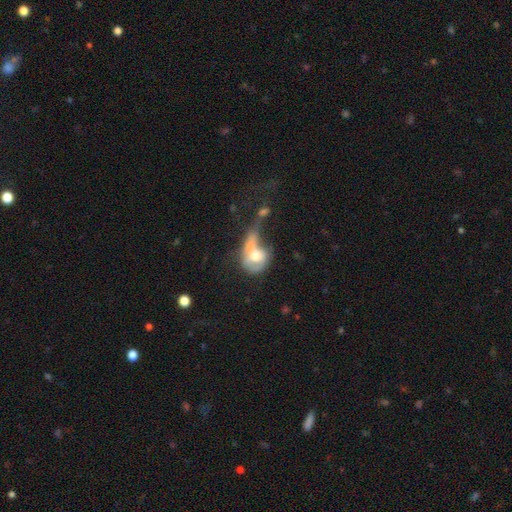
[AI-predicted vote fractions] Smooth or featured? Predicted: smooth (p=0.54). How rounded? Predicted: round (p=0.58). Merging? Predicted: merger (p=0.53).